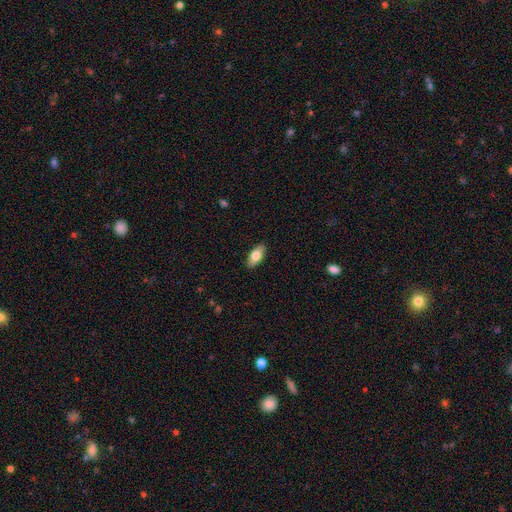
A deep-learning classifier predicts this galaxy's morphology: Smooth or featured? Predicted: smooth (p=0.78). How rounded? Predicted: in between (p=0.88). Merging? Predicted: none (p=0.88).